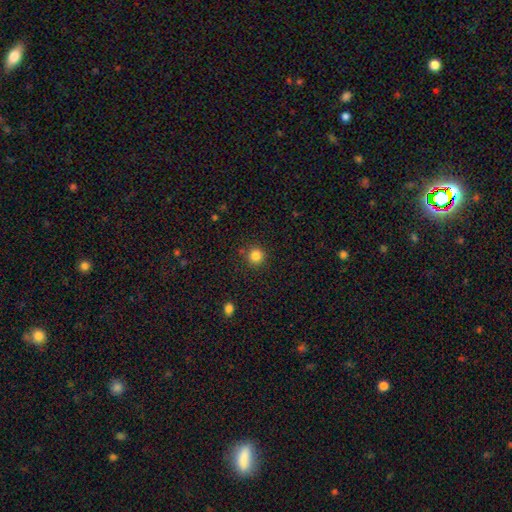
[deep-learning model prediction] The model was most divided on "smooth or featured": smooth: 83%, star or artifact: 12%, featured or disk: 4%. More confident: how rounded — round (94%); merging — none (87%).